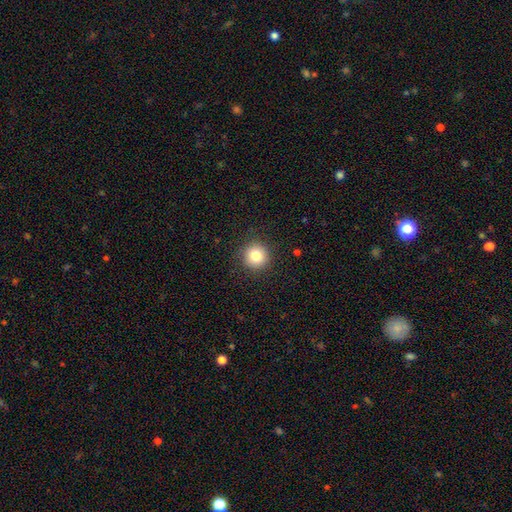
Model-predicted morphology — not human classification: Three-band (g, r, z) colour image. It shows a smooth galaxy with no disk features (83%) that is round (95%). Merging: none (90%).